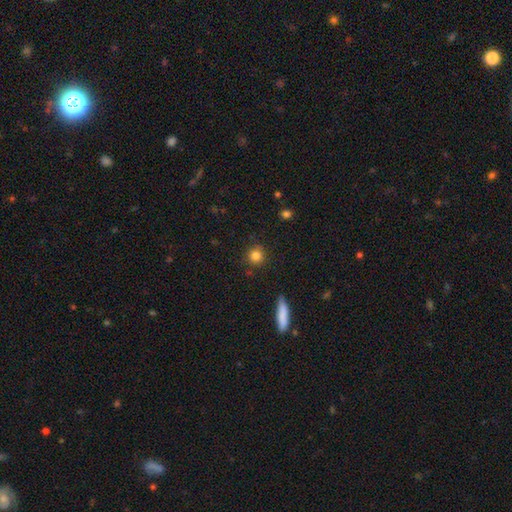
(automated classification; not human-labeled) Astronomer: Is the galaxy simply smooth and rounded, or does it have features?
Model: smooth — 84%.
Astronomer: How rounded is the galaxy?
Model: round — 91%.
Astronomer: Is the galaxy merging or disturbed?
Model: none — 88%.